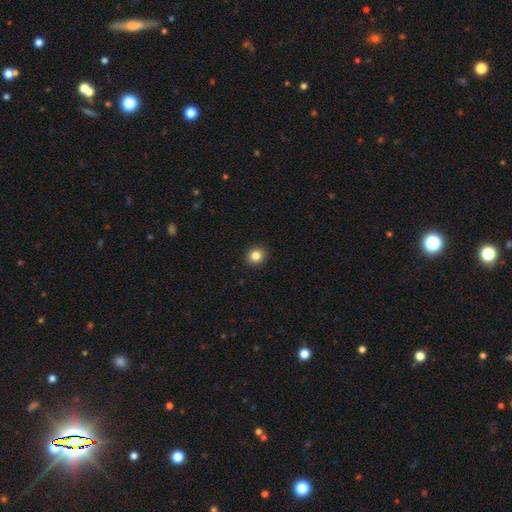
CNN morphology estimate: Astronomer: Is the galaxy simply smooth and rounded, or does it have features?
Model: smooth — 84%.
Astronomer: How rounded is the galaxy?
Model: round — 82%.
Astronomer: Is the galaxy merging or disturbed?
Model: none — 92%.